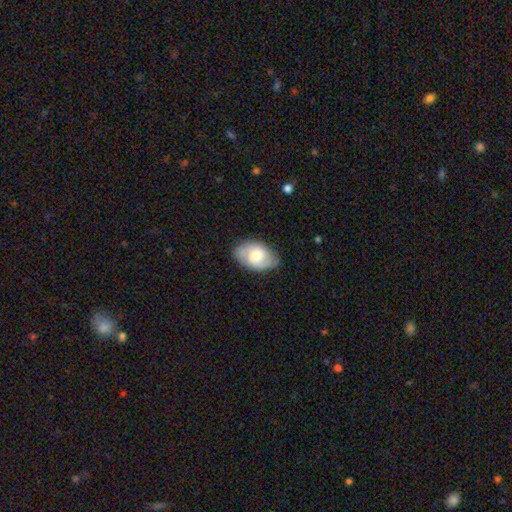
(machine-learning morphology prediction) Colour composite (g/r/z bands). It shows a featured or disk galaxy (55%) with no bar (58%), spiral arms (82%) and a moderate central bulge (60%). Merging: none (80%).